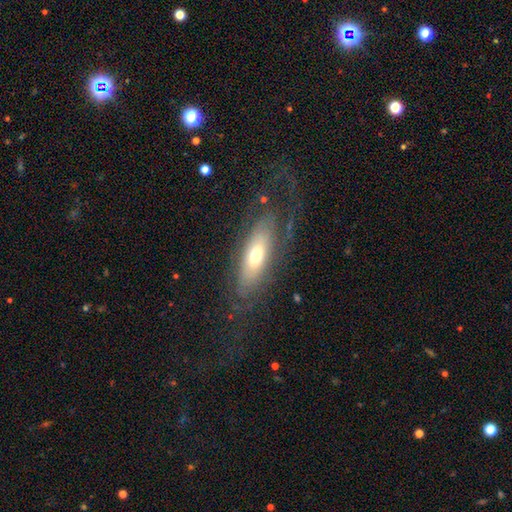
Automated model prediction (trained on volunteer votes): Morphology: type=featured or disk (55%); edge-on=no (72%); merging=none (65%).